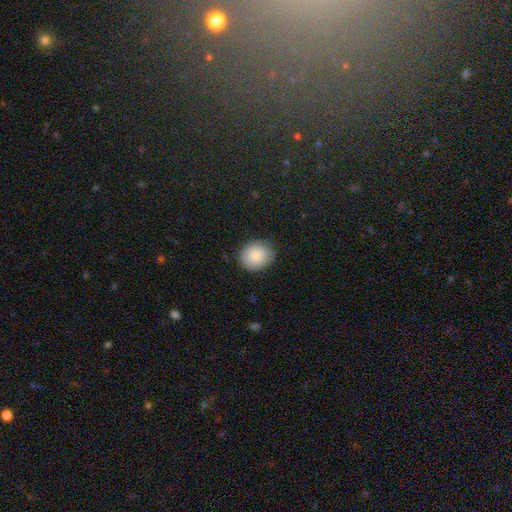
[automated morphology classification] The model was most divided on "how rounded": round: 66%, in between: 33%, cigar-shaped: 1%. More confident: merging — none (85%); smooth or featured — smooth (84%).